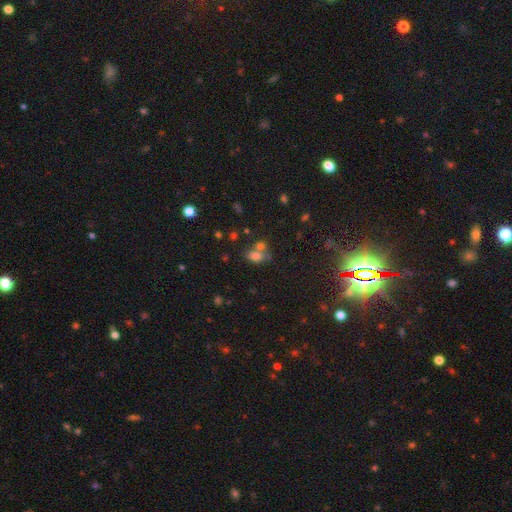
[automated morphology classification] Q: Smooth or featured?
A: smooth (73%); runner-up: star or artifact (16%)
Q: How rounded?
A: in between (78%); runner-up: round (20%)
Q: Merging?
A: none (42%); runner-up: merger (41%)